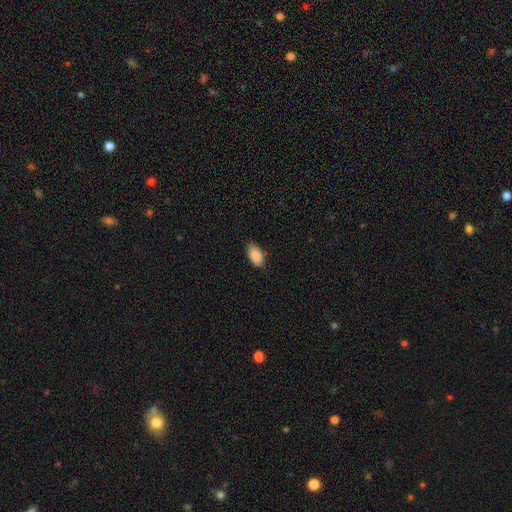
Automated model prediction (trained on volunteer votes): smooth 90%, star or artifact 7%, featured or disk 3%. Down the decision tree: how rounded — in between (94%); merging — none (81%).